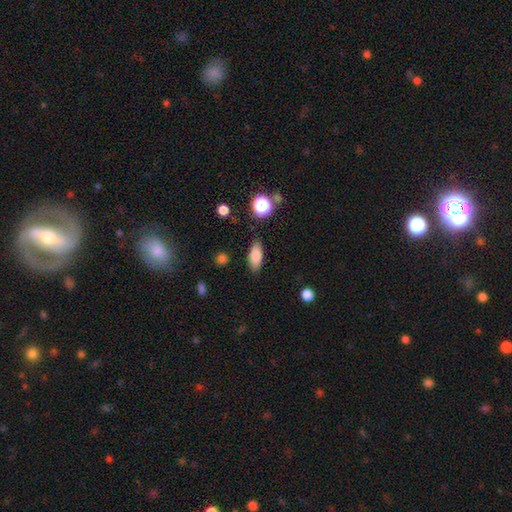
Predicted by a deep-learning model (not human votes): smooth_or_featured: smooth (p=0.81) [alt: featured or disk p=0.10]
how_rounded: in between (p=0.77) [alt: cigar-shaped p=0.19]
merging: none (p=0.85) [alt: minor disturbance p=0.10]